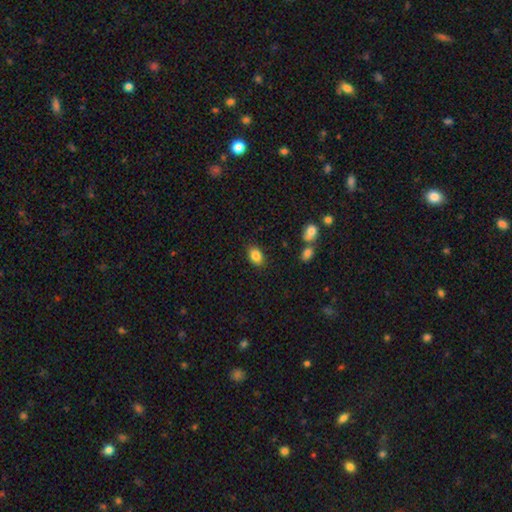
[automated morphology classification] Q: Smooth or featured?
A: smooth (85%); runner-up: star or artifact (9%)
Q: How rounded?
A: in between (80%); runner-up: round (18%)
Q: Merging?
A: none (83%); runner-up: minor disturbance (11%)